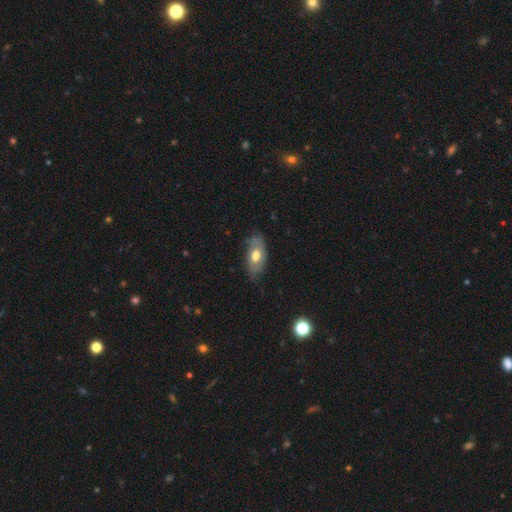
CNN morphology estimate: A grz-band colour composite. It shows a smooth galaxy with no disk features (55%) that is in between round and cigar-shaped (90%). Merging: none (69%).